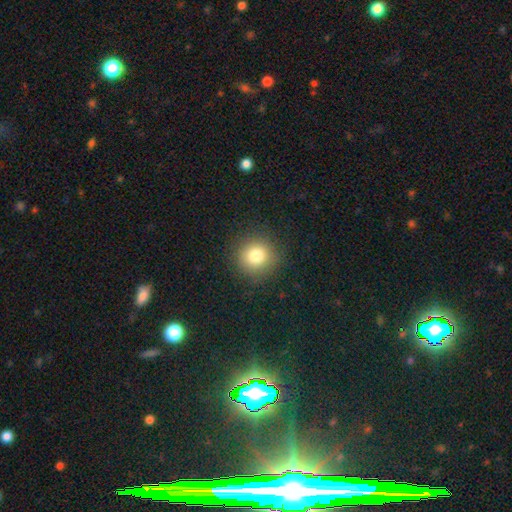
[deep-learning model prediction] This appears to be a smooth galaxy with no disk features (80%) that is round (92%). Merging: none (89%).